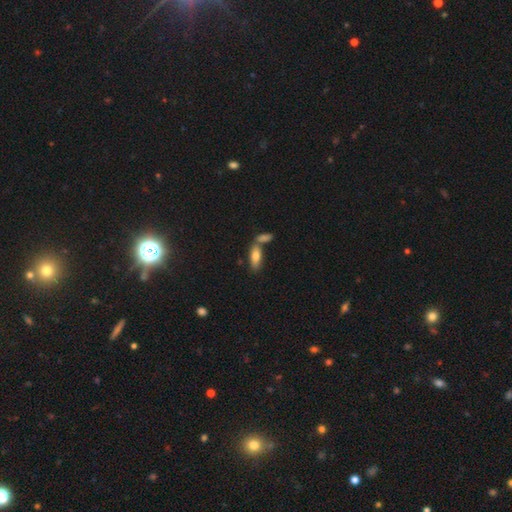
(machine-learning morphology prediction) This appears to be a smooth galaxy with no disk features (77%) that is in between round and cigar-shaped (75%). Merging: none (53%).